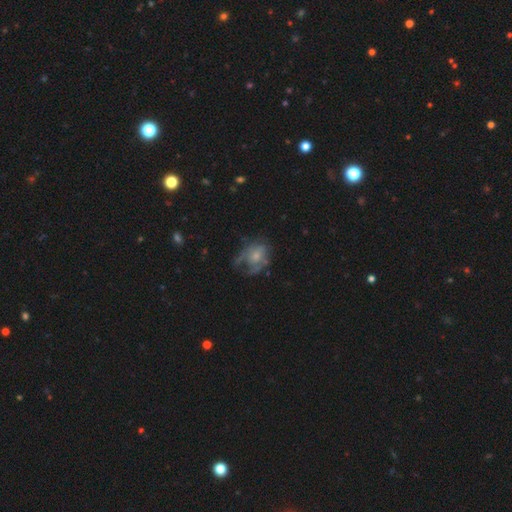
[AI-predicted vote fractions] Smooth or featured? featured or disk (48%)
Merging? major disturbance (36%)